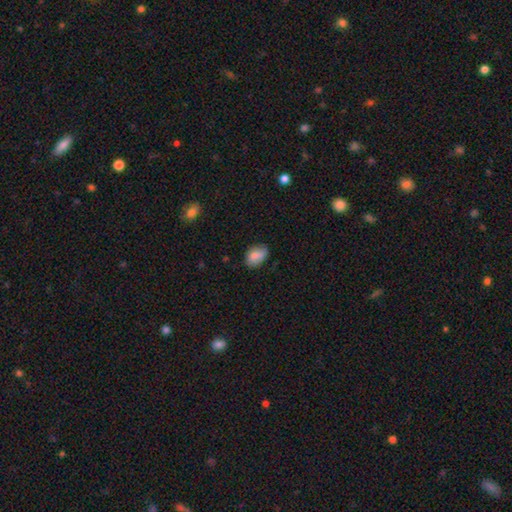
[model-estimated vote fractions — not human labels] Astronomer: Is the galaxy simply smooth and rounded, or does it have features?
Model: smooth — 81%.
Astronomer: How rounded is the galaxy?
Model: in between — 84%.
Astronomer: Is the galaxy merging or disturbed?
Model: none — 70%.